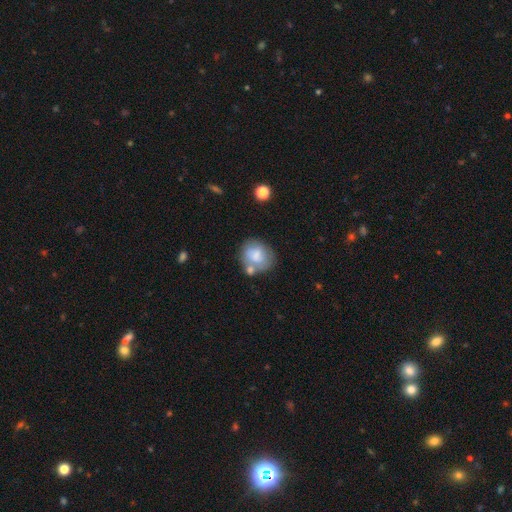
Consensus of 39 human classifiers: Overall: smooth (72%). How rounded: round (61%; in between 39%). Merging: none (47%; merger 29%).